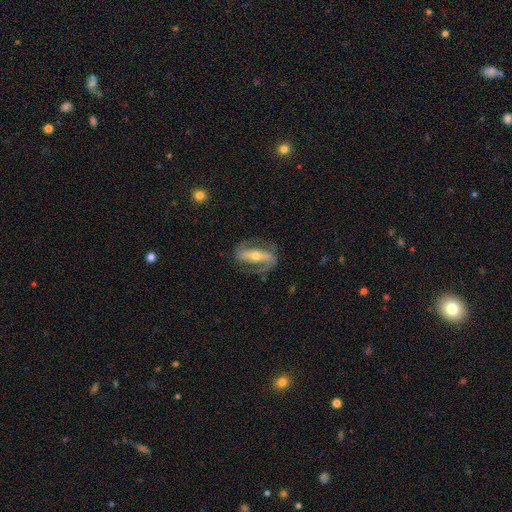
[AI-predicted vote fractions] Smooth or featured?
  - featured or disk: 84% *
  - smooth: 11%
  - star or artifact: 5%
Edge-on disk?
  - no: 91% *
  - yes: 9%
Bar?
  - strong: 62% *
  - weak: 21%
  - no: 17%
Spiral arms?
  - yes: 90% *
  - no: 10%
Spiral winding?
  - medium: 48% *
  - tight: 26%
  - loose: 26%
Spiral arm count?
  - 2: 89% *
  - can't tell: 4%
  - 1: 4%
  - 3: 1%
  - 4: 1%
  - more than 4: 1%
Bulge size?
  - moderate: 53% *
  - small: 42%
  - large: 3%
  - none: 1%
  - dominant: 1%
Merging?
  - none: 76% *
  - minor disturbance: 14%
  - major disturbance: 9%
  - merger: 1%